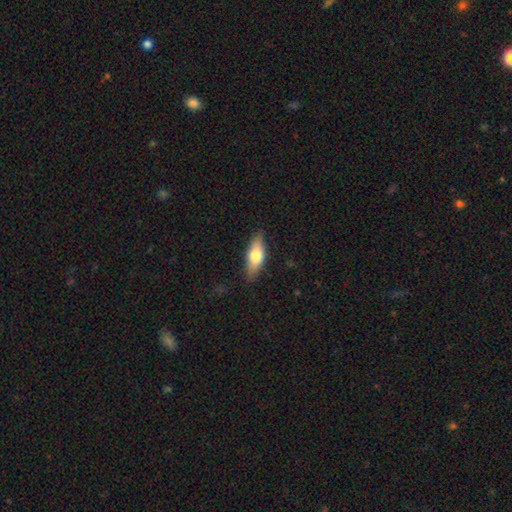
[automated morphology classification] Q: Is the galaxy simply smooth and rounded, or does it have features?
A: smooth — 67%.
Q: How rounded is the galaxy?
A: in between — 71%.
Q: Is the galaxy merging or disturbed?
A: none — 84%.